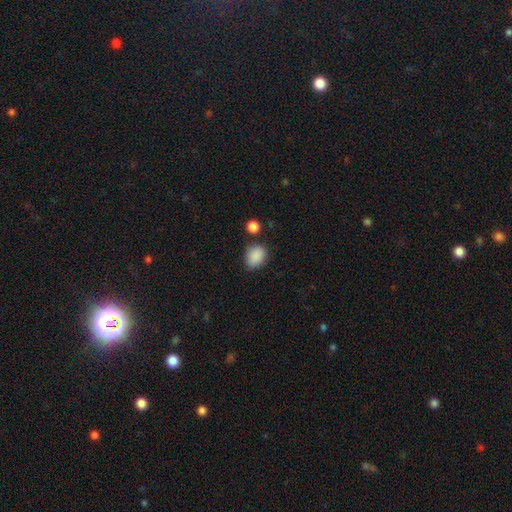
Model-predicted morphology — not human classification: A smooth galaxy with no disk features (87%) that is in between round and cigar-shaped (55%).

Vote fractions:
- Smooth or featured? smooth: 87% / star or artifact: 9% / featured or disk: 4%
- How rounded? in between: 55% / round: 44% / cigar-shaped: 1%
- Merging? none: 72% / minor disturbance: 18% / merger: 6% / major disturbance: 4%